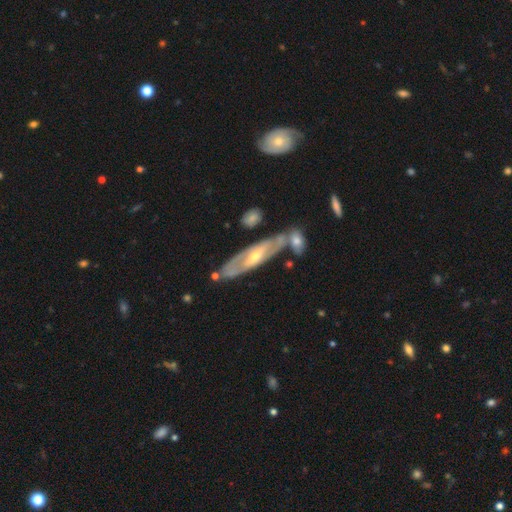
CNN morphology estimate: This appears to be a featured or disk galaxy (77%) with no bar (46%), spiral arms (69%) and a small central bulge (51%). Merging: none (69%).